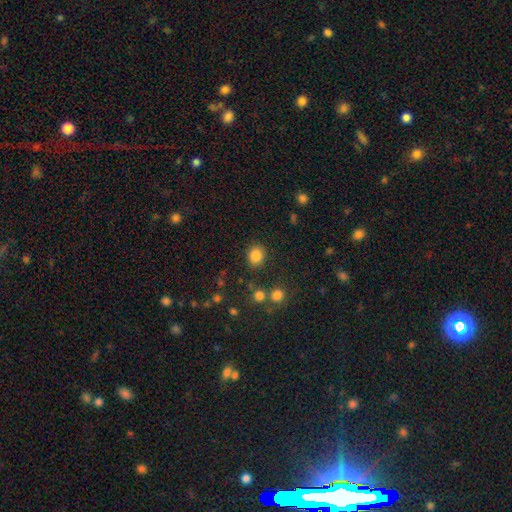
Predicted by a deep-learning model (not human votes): A smooth galaxy with no disk features (85%) that is round (63%). Merging: none (84%).